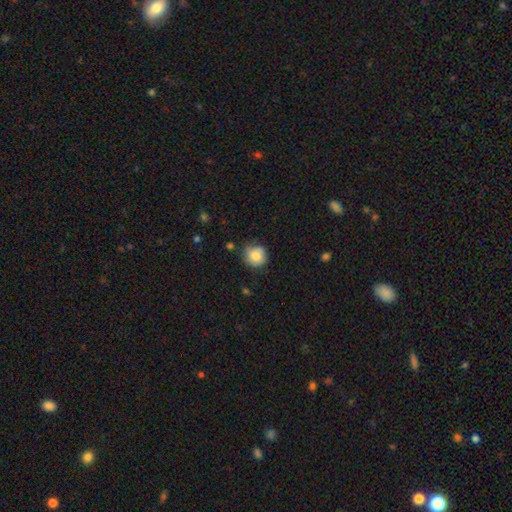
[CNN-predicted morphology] type=smooth (81%); roundness=round (91%); merging=none (71%).